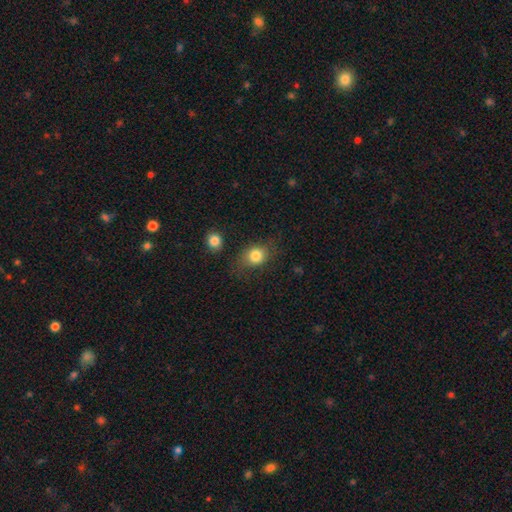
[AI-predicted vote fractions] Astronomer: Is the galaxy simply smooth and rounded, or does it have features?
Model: smooth — 82%.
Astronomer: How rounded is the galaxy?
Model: round — 59% (runner-up: in between, 40%).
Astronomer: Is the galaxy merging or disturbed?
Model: none — 69%.